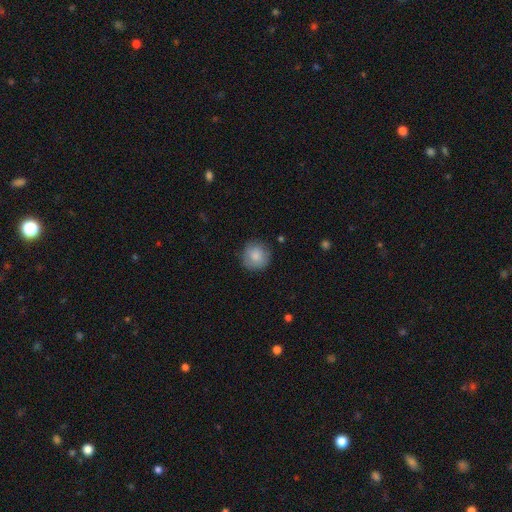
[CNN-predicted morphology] smooth-or-featured: smooth: 83% | featured or disk: 10% | star or artifact: 7%
  how-rounded: round: 92% | in between: 7% | cigar-shaped: 1%
  merging: none: 82% | minor disturbance: 14% | major disturbance: 3% | merger: 1%